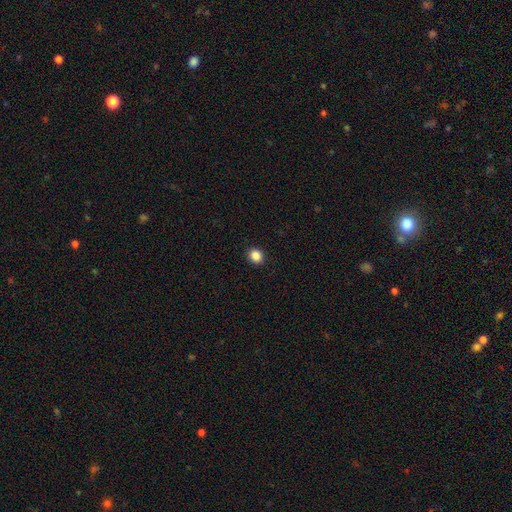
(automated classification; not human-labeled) Smooth or featured? smooth (87%)
How rounded? round (71%)
Merging? none (91%)